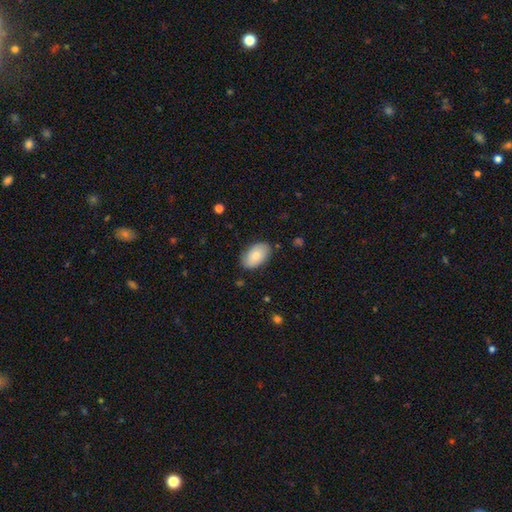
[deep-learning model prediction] smooth 78%, featured or disk 16%, star or artifact 6%. Down the decision tree: how rounded — in between (93%); merging — none (83%).